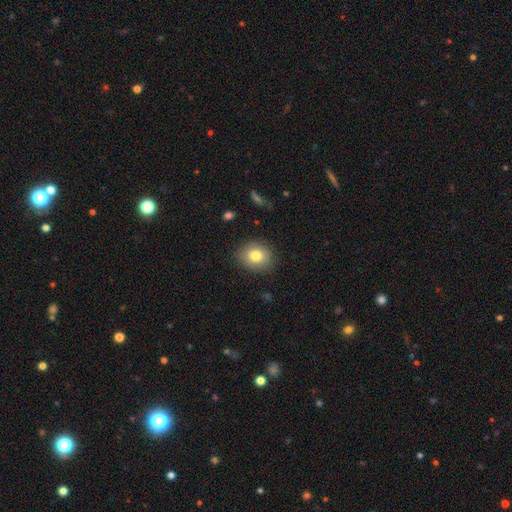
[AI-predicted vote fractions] Smooth or featured: smooth — 80% (featured or disk — 11%)
How rounded: round — 61% (in between — 38%)
Merging: none — 85% (minor disturbance — 11%)